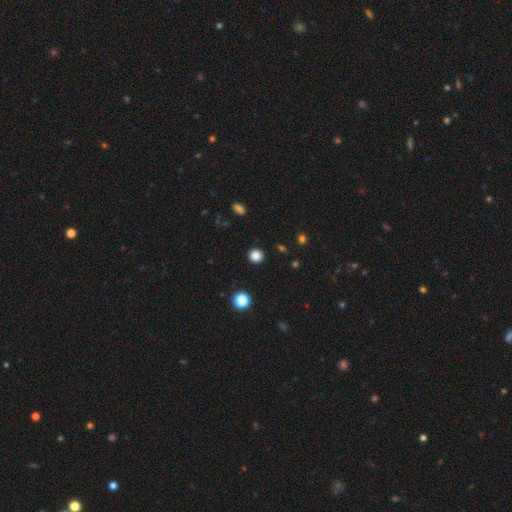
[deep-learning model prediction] A smooth galaxy with no disk features (85%) that is round (92%). Merging: none (92%).